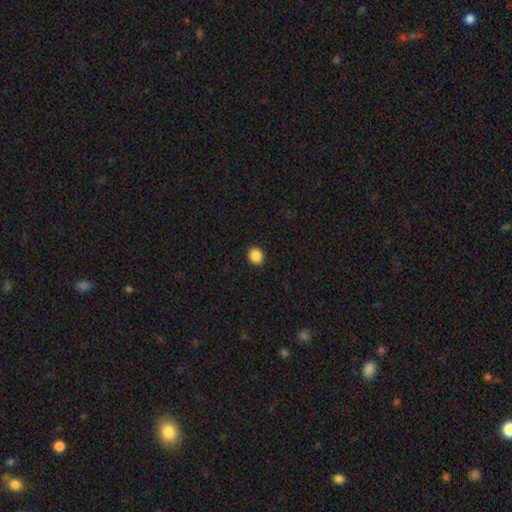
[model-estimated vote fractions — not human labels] This appears to be a smooth galaxy with no disk features (88%) that is round (74%). Merging: none (92%).